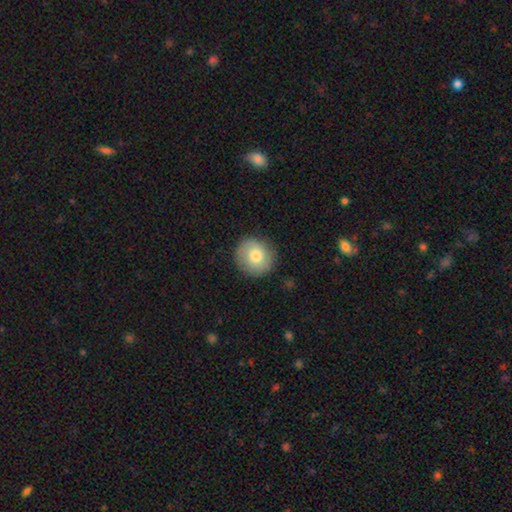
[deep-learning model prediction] Smooth or featured?
  - smooth: 74% *
  - featured or disk: 18%
  - star or artifact: 8%
How rounded?
  - round: 91% *
  - in between: 8%
  - cigar-shaped: 1%
Merging?
  - none: 87% *
  - minor disturbance: 9%
  - major disturbance: 3%
  - merger: 1%